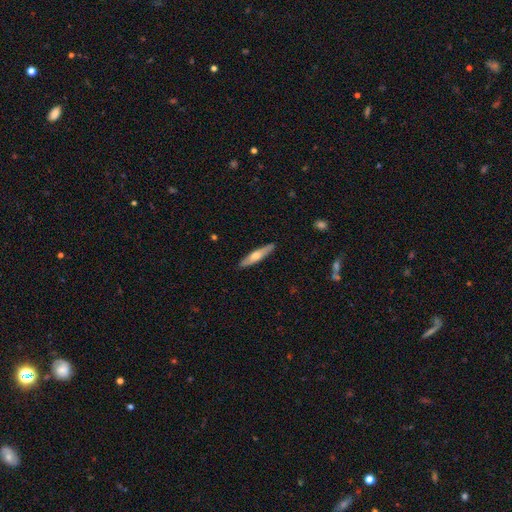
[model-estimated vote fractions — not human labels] A smooth galaxy with no disk features (50%). Merging: none (89%).